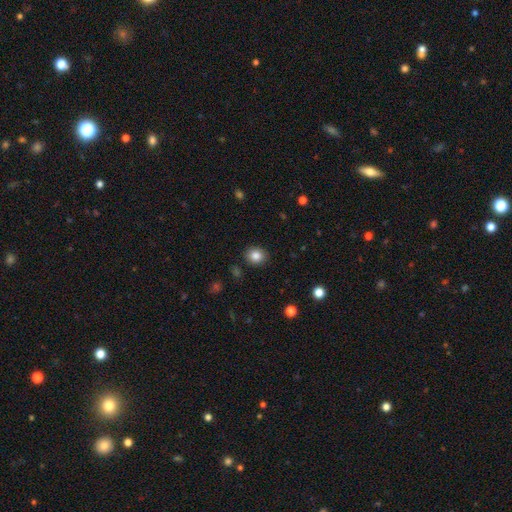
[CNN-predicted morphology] smooth 84%, star or artifact 10%, featured or disk 6%. Down the decision tree: how rounded — round (72%); merging — none (90%).